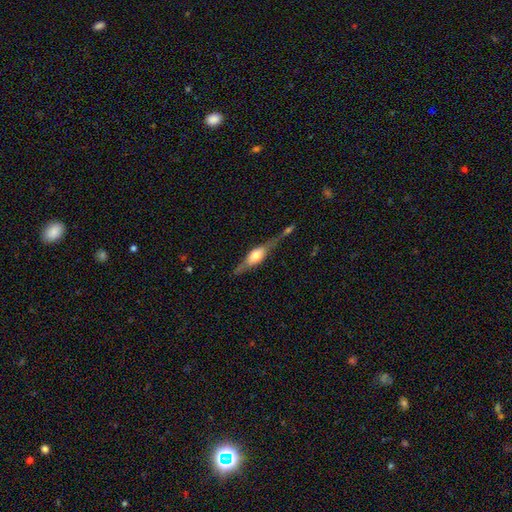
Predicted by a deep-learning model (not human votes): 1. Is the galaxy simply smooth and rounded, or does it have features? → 58% featured or disk, 36% smooth, 6% star or artifact.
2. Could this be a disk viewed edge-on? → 86% yes, 14% no.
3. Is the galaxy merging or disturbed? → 48% none, 21% minor disturbance, 19% merger, 11% major disturbance.